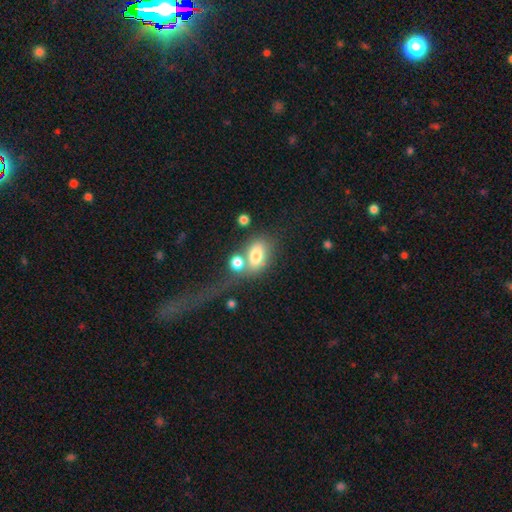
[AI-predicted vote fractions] Q: Smooth or featured?
A: smooth (74%); runner-up: featured or disk (16%)
Q: How rounded?
A: in between (76%); runner-up: round (21%)
Q: Merging?
A: merger (43%); runner-up: none (32%)